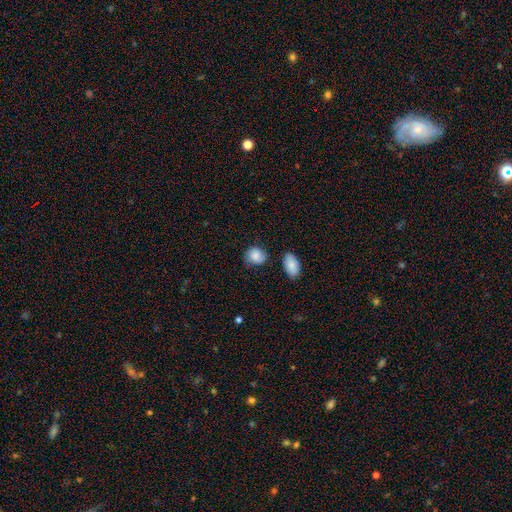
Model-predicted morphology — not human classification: Overall: smooth (81%). How rounded: round (68%; in between 31%). Merging: none (63%; minor disturbance 25%).